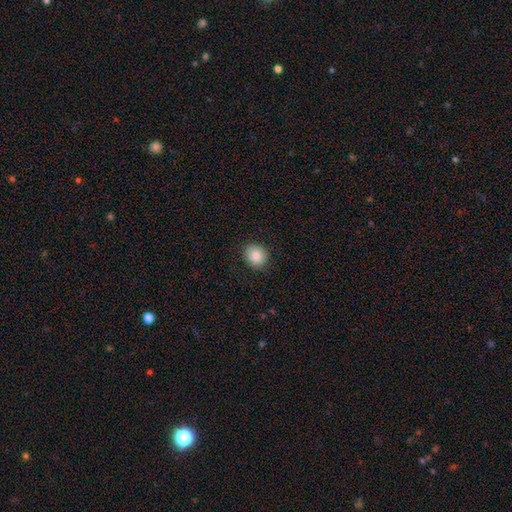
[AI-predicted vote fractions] The model was most divided on "how rounded": round: 73%, in between: 26%, cigar-shaped: 1%. More confident: merging — none (88%); smooth or featured — smooth (85%).